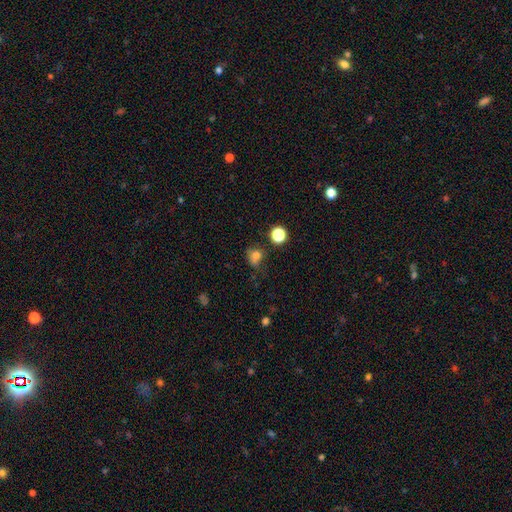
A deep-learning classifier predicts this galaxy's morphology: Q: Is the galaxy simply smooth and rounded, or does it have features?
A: smooth — 72%.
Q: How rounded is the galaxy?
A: round — 61%.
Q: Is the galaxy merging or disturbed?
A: none — 50%.